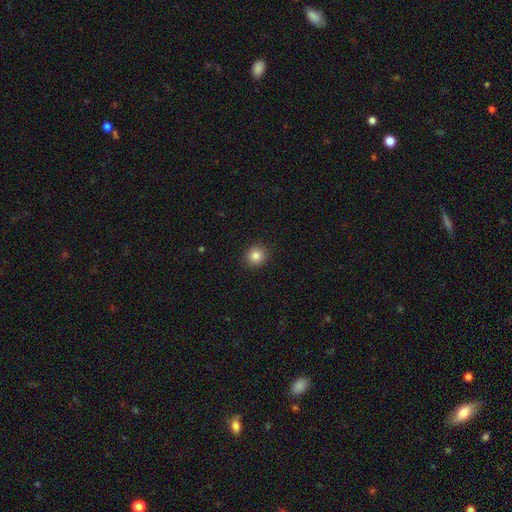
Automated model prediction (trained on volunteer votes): smooth 84%, star or artifact 11%, featured or disk 5%. Down the decision tree: how rounded — round (89%); merging — none (92%).